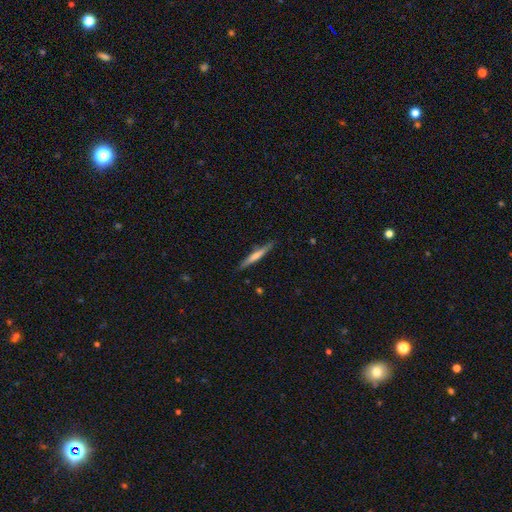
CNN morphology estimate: type=featured or disk (49%); merging=none (88%).